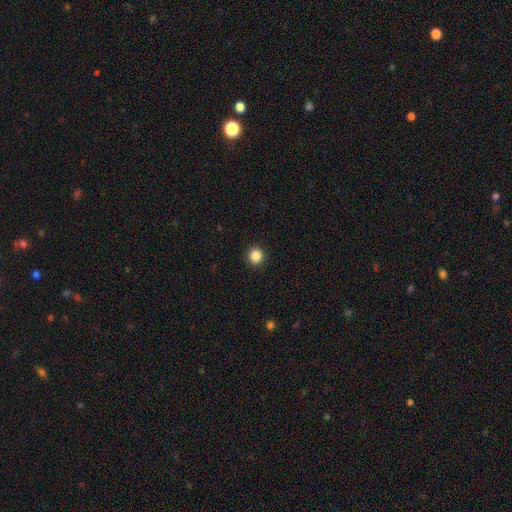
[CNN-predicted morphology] smooth 86%, star or artifact 11%, featured or disk 3%. Down the decision tree: how rounded — round (93%); merging — none (93%).